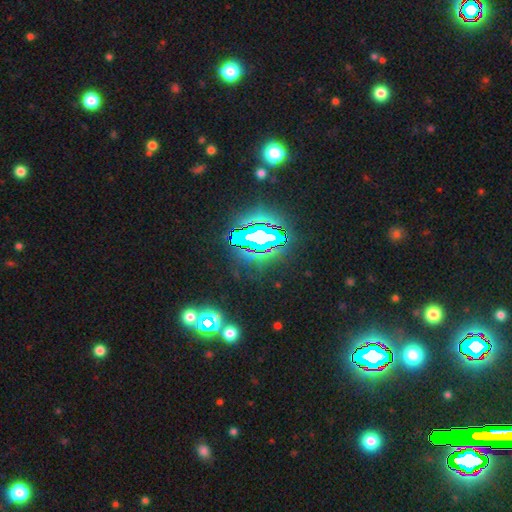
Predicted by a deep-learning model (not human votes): smooth_or_featured: star or artifact (p=0.83) [alt: smooth p=0.10]